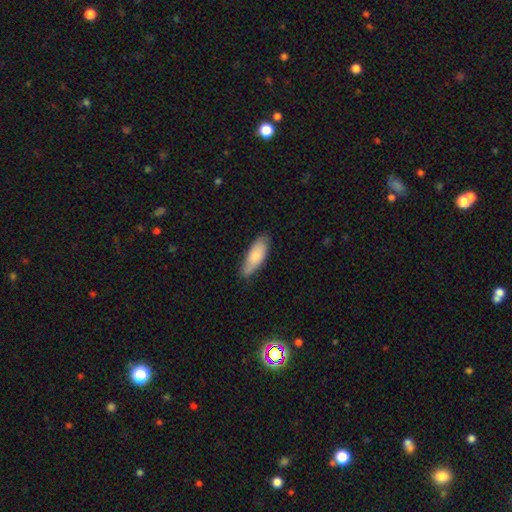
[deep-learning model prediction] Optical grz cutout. It shows a smooth galaxy with no disk features (79%) that is in between round and cigar-shaped (72%). Merging: none (74%).